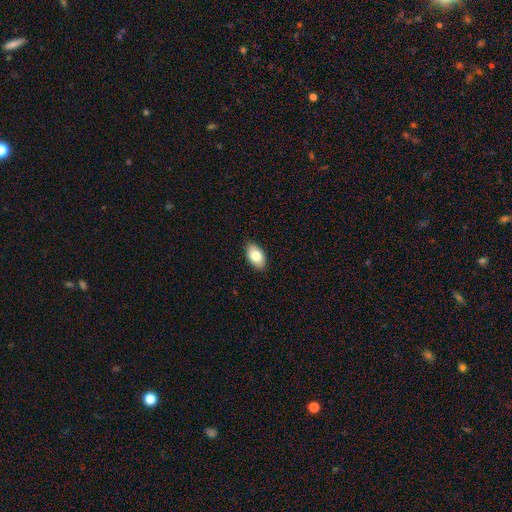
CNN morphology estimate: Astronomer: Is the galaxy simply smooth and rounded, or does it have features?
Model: smooth — 80%.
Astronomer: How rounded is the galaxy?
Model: in between — 93%.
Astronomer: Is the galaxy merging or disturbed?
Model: none — 89%.